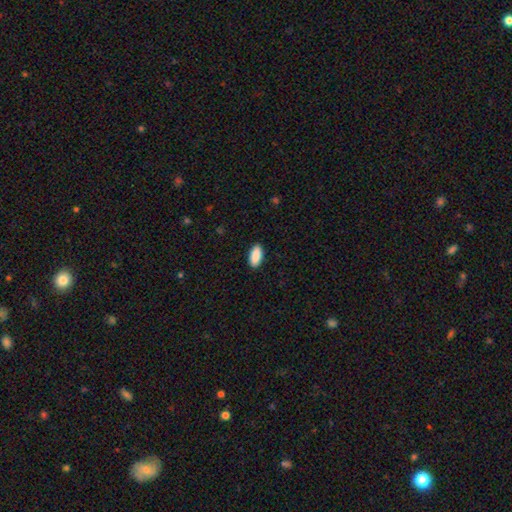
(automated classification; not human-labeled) A smooth galaxy with no disk features (90%) that is in between round and cigar-shaped (90%).

Vote fractions:
- Smooth or featured? smooth: 90% / star or artifact: 6% / featured or disk: 3%
- How rounded? in between: 90% / cigar-shaped: 9% / round: 2%
- Merging? none: 90% / minor disturbance: 7% / major disturbance: 2% / merger: 1%